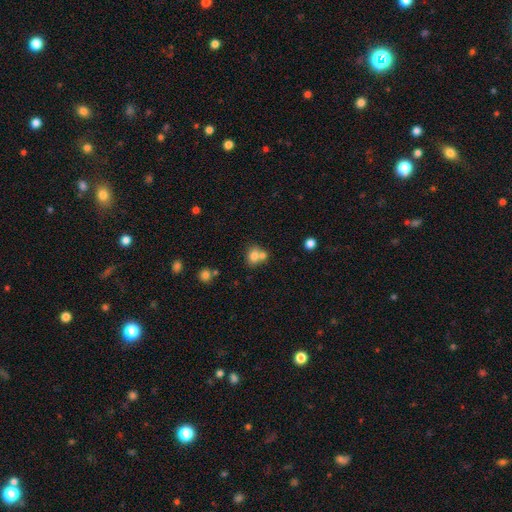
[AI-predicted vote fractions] A smooth galaxy with no disk features (76%) that is round (61%).

Vote fractions:
- Smooth or featured? smooth: 76% / featured or disk: 13% / star or artifact: 11%
- How rounded? round: 61% / in between: 38% / cigar-shaped: 1%
- Merging? merger: 50% / none: 38% / minor disturbance: 9% / major disturbance: 4%